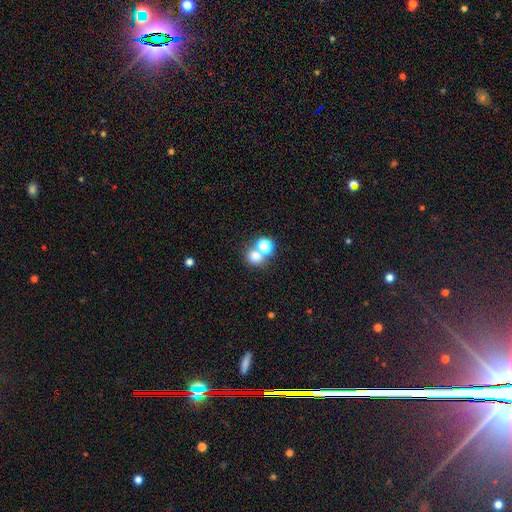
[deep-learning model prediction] Q: Smooth or featured?
A: smooth (70%); runner-up: star or artifact (21%)
Q: How rounded?
A: round (79%); runner-up: in between (20%)
Q: Merging?
A: none (51%); runner-up: merger (38%)